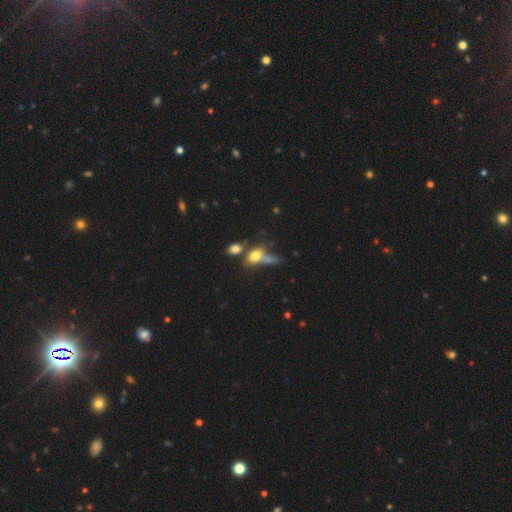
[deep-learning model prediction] smooth-or-featured: smooth: 70% | featured or disk: 18% | star or artifact: 11%
  how-rounded: in between: 65% | round: 27% | cigar-shaped: 8%
  merging: merger: 37% | none: 29% | major disturbance: 18% | minor disturbance: 15%